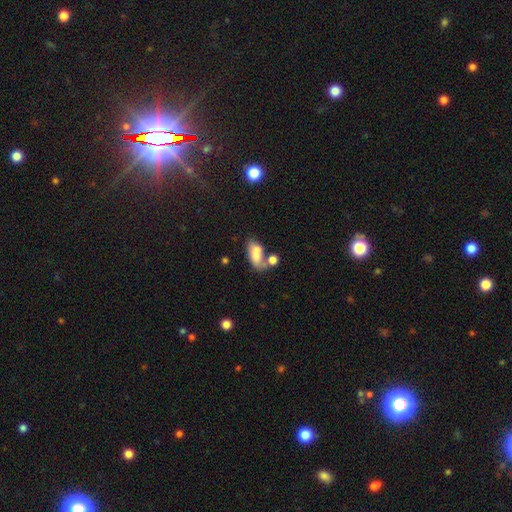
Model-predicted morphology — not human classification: Smooth or featured? Predicted: smooth (p=0.70). How rounded? Predicted: in between (p=0.85). Merging? Predicted: merger (p=0.42).